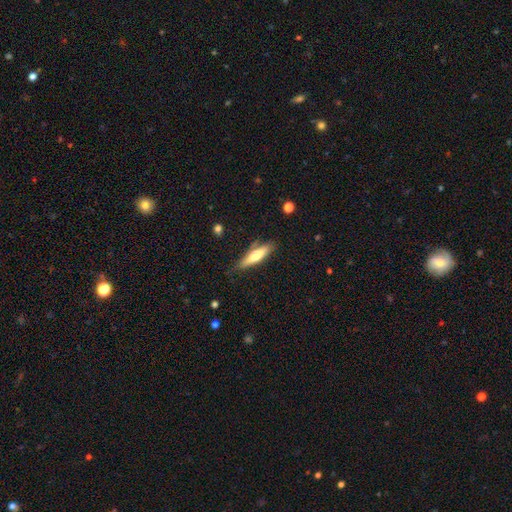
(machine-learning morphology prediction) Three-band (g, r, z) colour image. It shows a smooth galaxy with no disk features (58%) that is cigar-shaped (71%). Merging: none (75%).